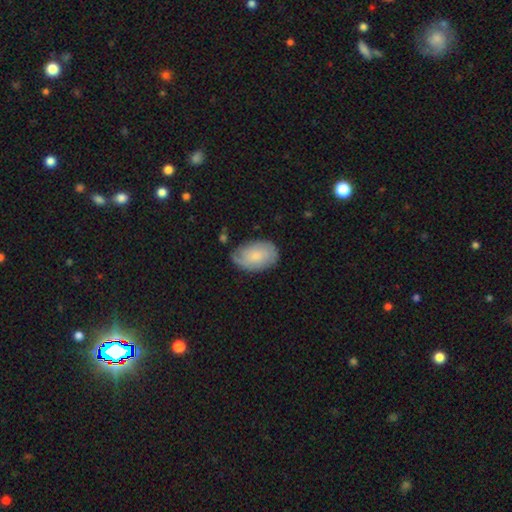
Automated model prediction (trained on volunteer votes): A smooth galaxy with no disk features (54%) that is in between round and cigar-shaped (89%). Merging: none (68%).